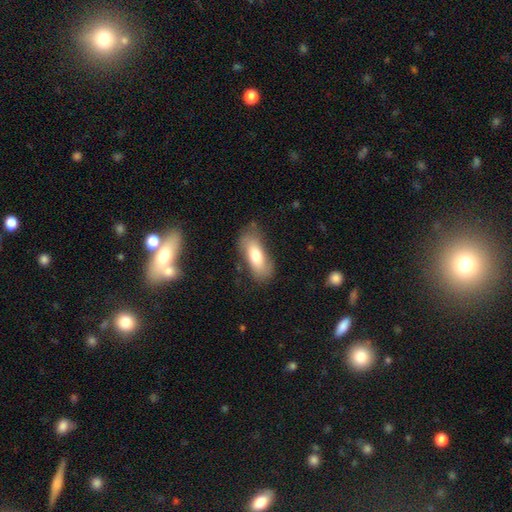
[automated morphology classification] smooth-or-featured: smooth: 71% | featured or disk: 22% | star or artifact: 6%
  how-rounded: in between: 80% | cigar-shaped: 17% | round: 3%
  merging: none: 69% | minor disturbance: 22% | major disturbance: 7% | merger: 2%